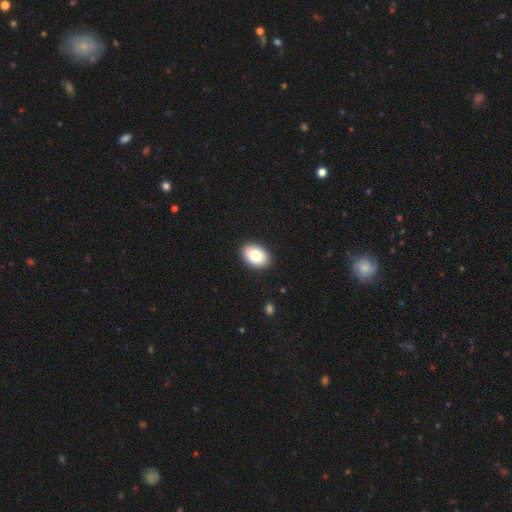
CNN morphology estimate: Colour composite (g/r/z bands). It shows a smooth galaxy with no disk features (82%) that is in between round and cigar-shaped (84%). Merging: none (90%).